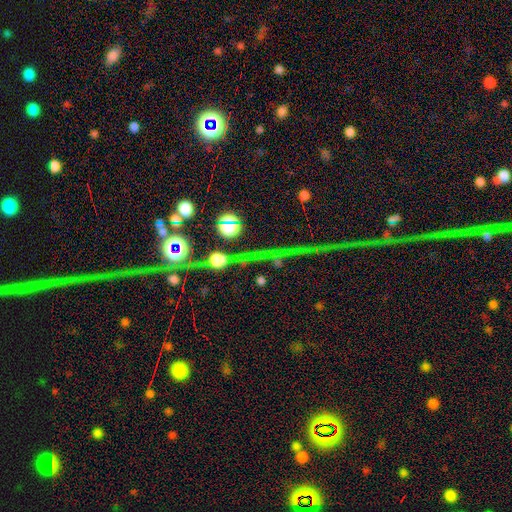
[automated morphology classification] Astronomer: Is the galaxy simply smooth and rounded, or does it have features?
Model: star or artifact — 48% (runner-up: smooth, 29%).